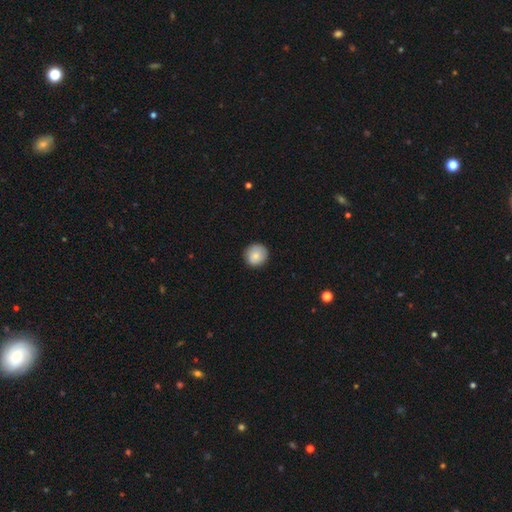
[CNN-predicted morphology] Overall: smooth (81%). How rounded: round (93%). Merging: none (89%).